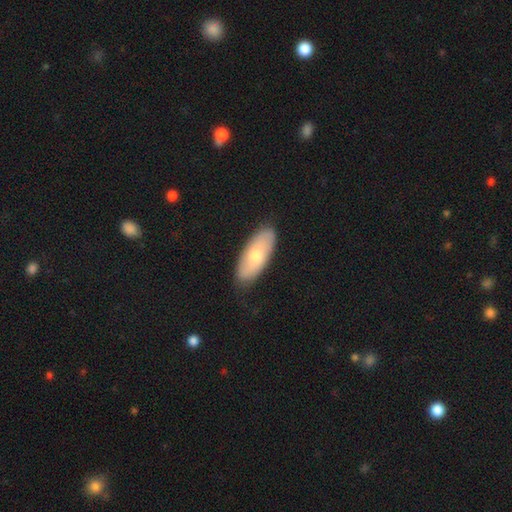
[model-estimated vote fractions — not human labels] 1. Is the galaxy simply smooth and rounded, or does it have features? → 60% smooth, 30% featured or disk, 10% star or artifact.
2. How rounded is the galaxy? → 79% in between, 18% cigar-shaped, 3% round.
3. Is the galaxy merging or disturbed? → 86% none, 11% minor disturbance, 2% major disturbance, 1% merger.